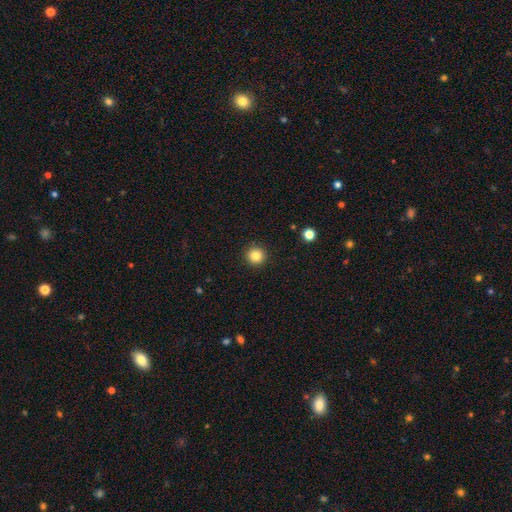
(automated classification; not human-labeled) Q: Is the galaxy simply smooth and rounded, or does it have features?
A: smooth — 84%.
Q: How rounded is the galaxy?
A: round — 95%.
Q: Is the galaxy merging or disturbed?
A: none — 92%.